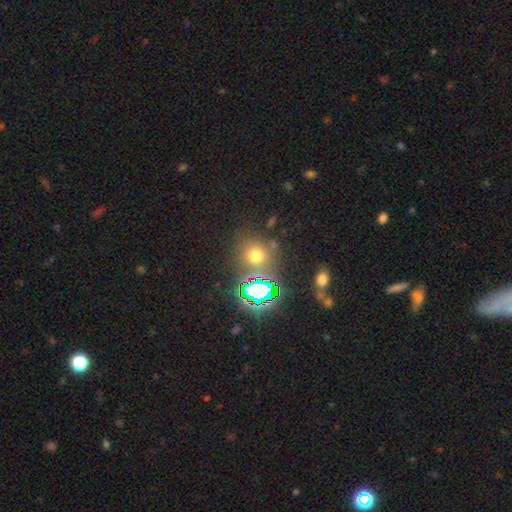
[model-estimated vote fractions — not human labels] A smooth galaxy with no disk features (56%) that is round (84%).

Vote fractions:
- Smooth or featured? smooth: 56% / star or artifact: 35% / featured or disk: 9%
- How rounded? round: 84% / in between: 14% / cigar-shaped: 1%
- Merging? none: 75% / minor disturbance: 10% / merger: 9% / major disturbance: 5%